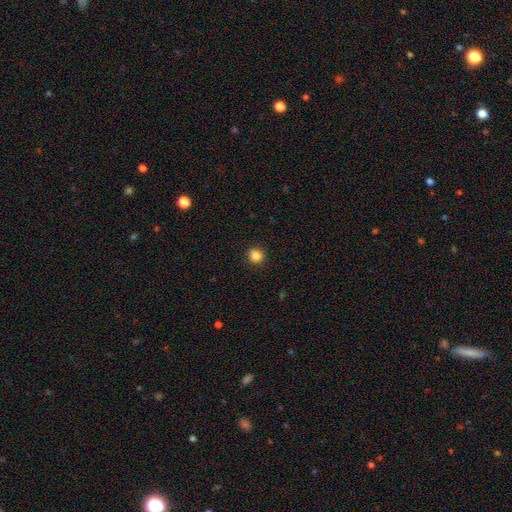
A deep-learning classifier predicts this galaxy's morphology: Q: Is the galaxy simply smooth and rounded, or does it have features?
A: smooth — 85%.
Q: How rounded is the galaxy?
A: round — 82%.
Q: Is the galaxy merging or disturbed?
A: none — 90%.